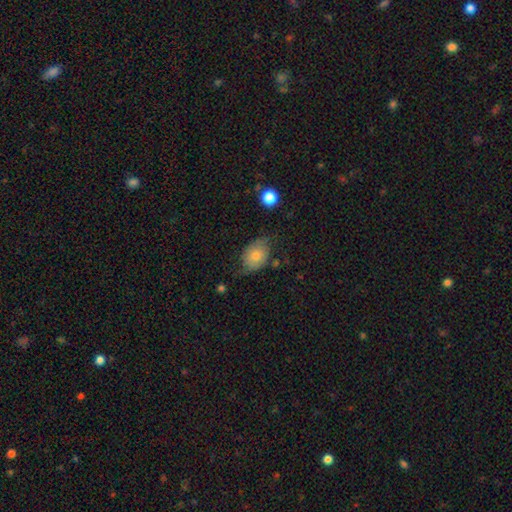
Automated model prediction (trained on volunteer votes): Morphology: type=smooth (60%); roundness=in between (71%); merging=none (56%).